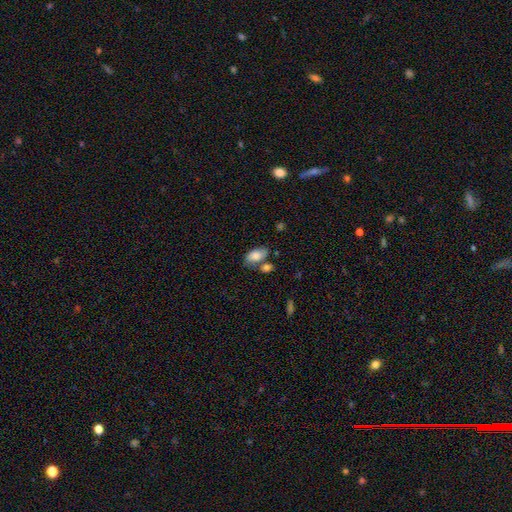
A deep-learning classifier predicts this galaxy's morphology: smooth-or-featured: smooth: 79% | featured or disk: 14% | star or artifact: 7%
  how-rounded: in between: 92% | round: 5% | cigar-shaped: 3%
  merging: none: 52% | merger: 22% | minor disturbance: 20% | major disturbance: 6%